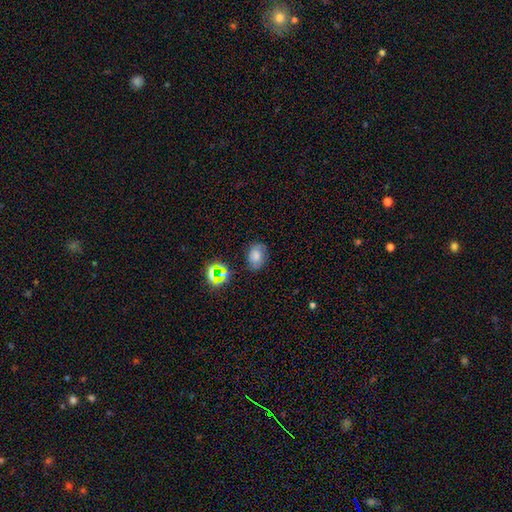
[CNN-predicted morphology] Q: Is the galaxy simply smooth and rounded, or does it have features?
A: smooth — 62%.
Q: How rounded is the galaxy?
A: in between — 64%.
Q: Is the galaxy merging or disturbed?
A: none — 72%.